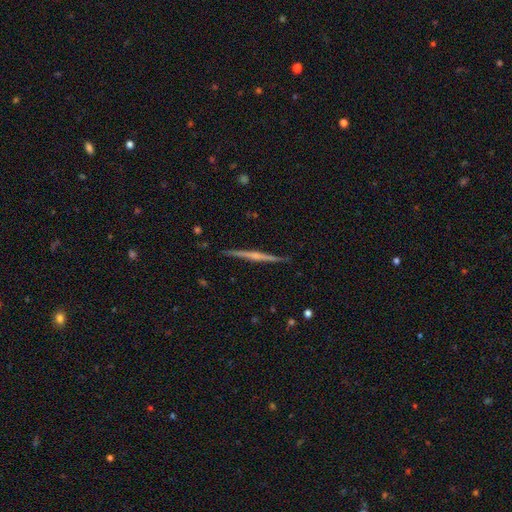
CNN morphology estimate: A featured or disk galaxy (77%) viewed edge-on (98%) with a rounded central bulge (61%). Merging: none (91%).